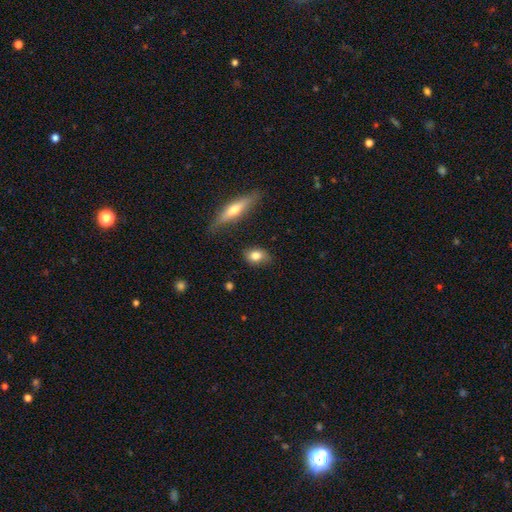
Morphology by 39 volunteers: A smooth galaxy with no disk features (72%) that is in between round and cigar-shaped (75%).

Vote fractions:
- Smooth or featured? smooth: 72% / featured or disk: 18% / star or artifact: 10%
- How rounded? in between: 75% / round: 18% / cigar-shaped: 7%
- Merging? none: 91% / minor disturbance: 6% / merger: 3% / major disturbance: 0%